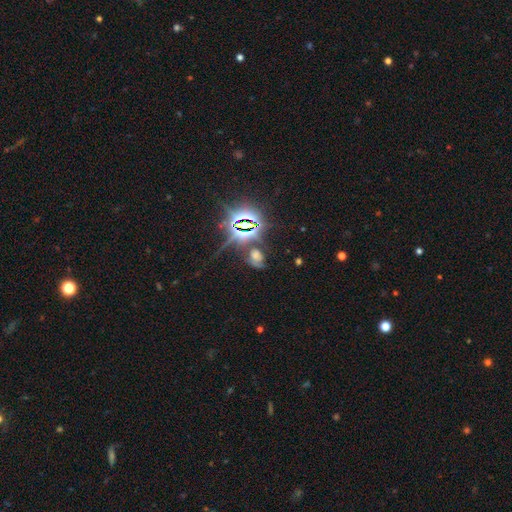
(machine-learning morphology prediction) This is possibly a star or artifact rather than a galaxy (50%).